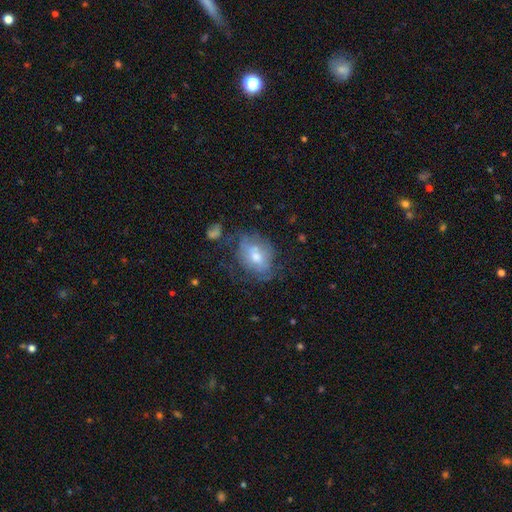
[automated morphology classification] Overall: smooth (51%; featured or disk 40%). How rounded: in between (68%; round 31%). Merging: none (46%; minor disturbance 27%).